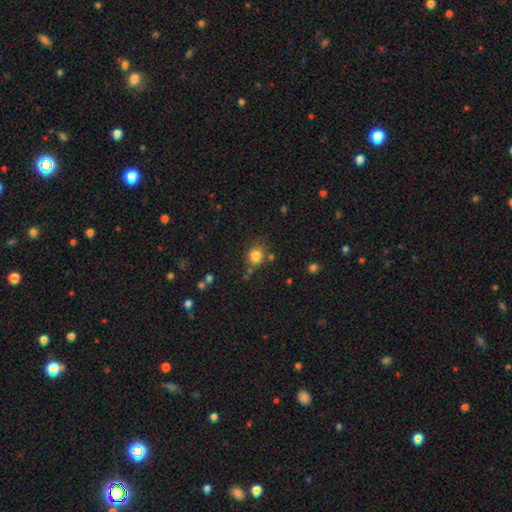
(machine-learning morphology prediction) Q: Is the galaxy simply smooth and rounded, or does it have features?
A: smooth — 82%.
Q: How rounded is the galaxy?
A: round — 67%.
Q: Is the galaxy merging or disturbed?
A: none — 69%.